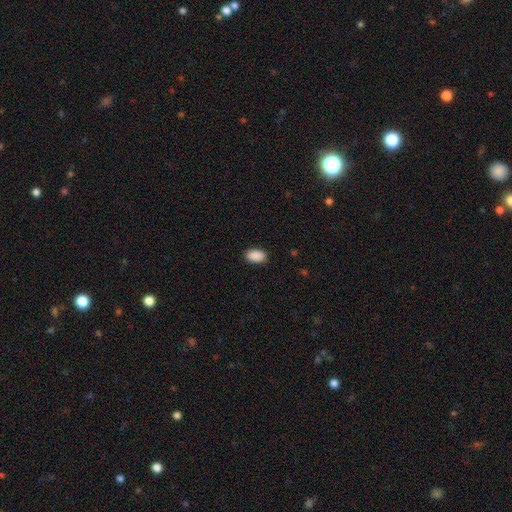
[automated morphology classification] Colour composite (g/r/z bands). It shows a smooth galaxy with no disk features (91%) that is in between round and cigar-shaped (93%). Merging: none (89%).